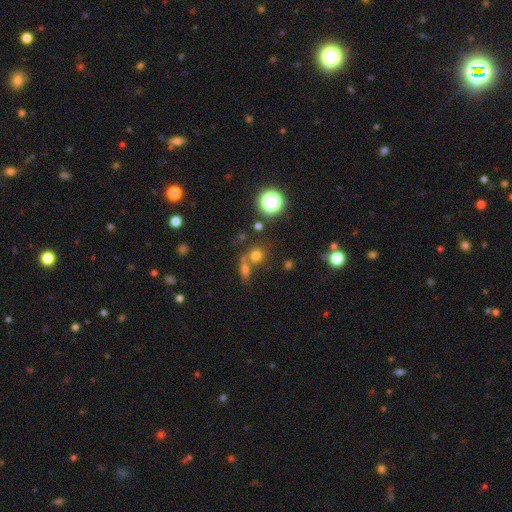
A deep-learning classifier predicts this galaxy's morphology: Smooth or featured? Predicted: smooth (p=0.68). How rounded? Predicted: round (p=0.78). Merging? Predicted: none (p=0.56).